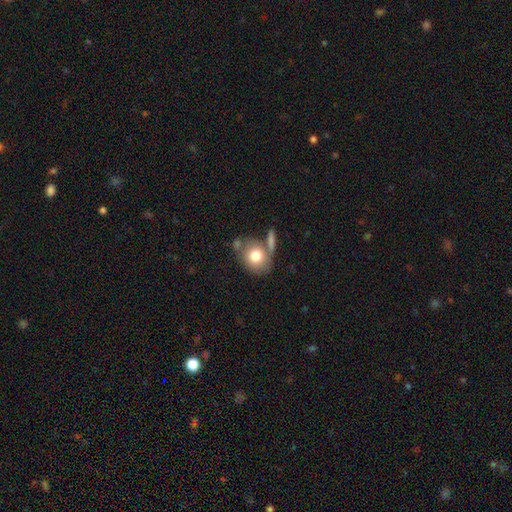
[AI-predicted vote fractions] Morphology: type=smooth (76%); roundness=round (62%); merging=none (56%).